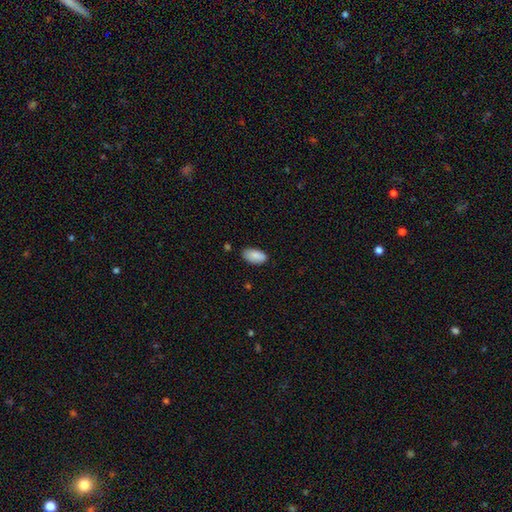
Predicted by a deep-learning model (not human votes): Smooth or featured: smooth — 88% (star or artifact — 7%)
How rounded: in between — 94% (cigar-shaped — 3%)
Merging: none — 80% (minor disturbance — 15%)